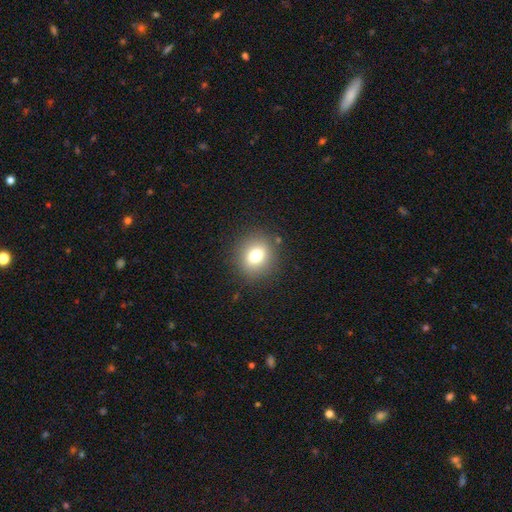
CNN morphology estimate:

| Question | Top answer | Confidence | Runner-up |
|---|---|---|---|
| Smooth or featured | smooth | 75% | star or artifact (13%) |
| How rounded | round | 76% | in between (23%) |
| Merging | none | 87% | minor disturbance (8%) |